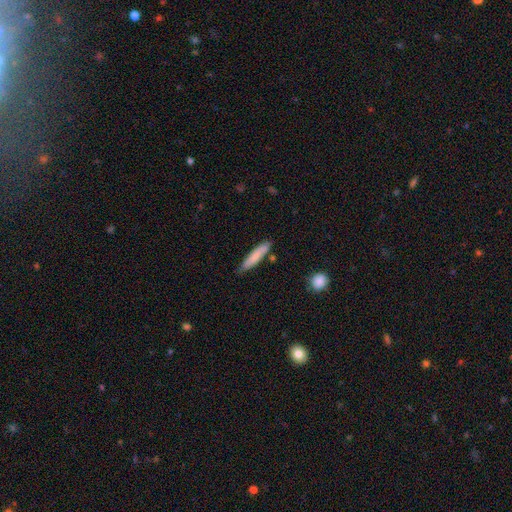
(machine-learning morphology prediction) Smooth or featured? smooth (78%)
How rounded? cigar-shaped (88%)
Merging? none (78%)